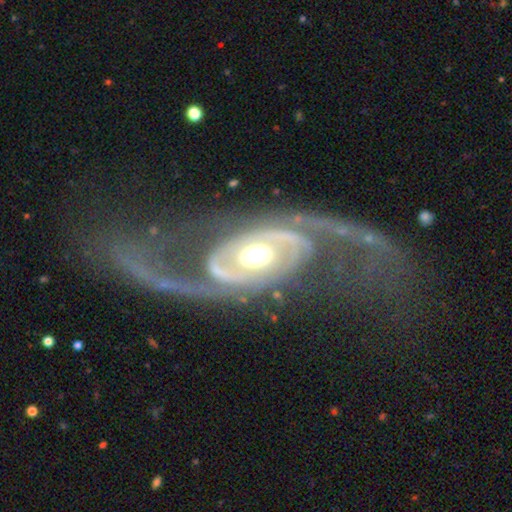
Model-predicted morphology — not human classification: This is clearly a featured or disk galaxy (91%). It is clearly not viewed edge-on (95%). Bar: likely no (64%). Spiral arm pattern: clearly yes (93%). Spiral arm count: clearly 2 (82%). Spiral winding: marginally medium (40%). Central bulge: likely moderate (63%). Merging: likely none (61%).